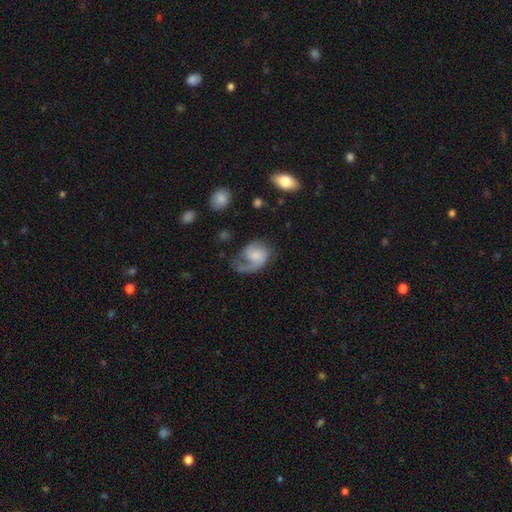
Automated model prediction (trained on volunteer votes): This appears to be a featured or disk galaxy (63%) with no bar (69%), 1 (64%) loose (42%) spiral arms (89%) and a small central bulge (38%). Merging: major disturbance (44%).